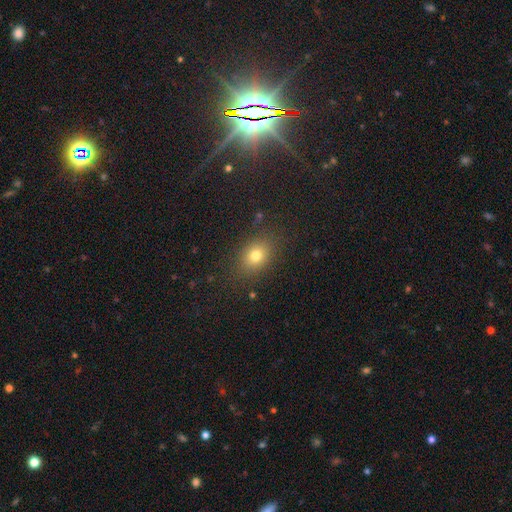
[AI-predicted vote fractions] This is likely a smooth galaxy (76%). How rounded: likely in between (63%). Merging: clearly none (84%).